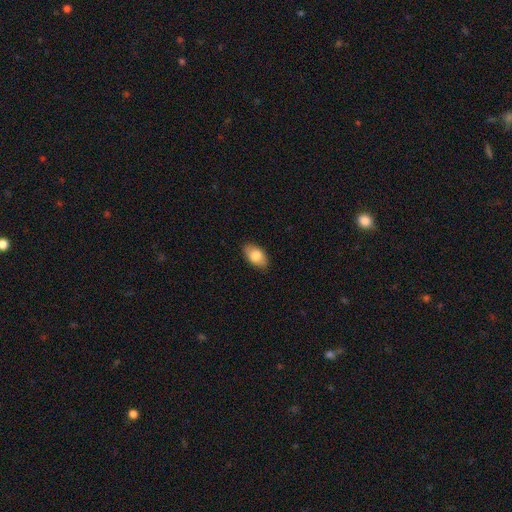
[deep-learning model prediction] This appears to be a smooth galaxy with no disk features (81%) that is in between round and cigar-shaped (92%). Merging: none (87%).